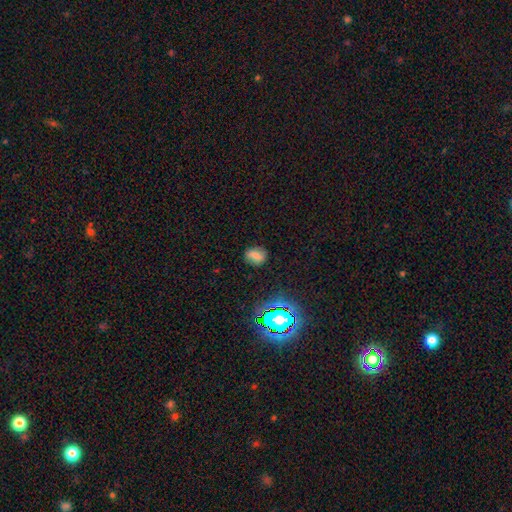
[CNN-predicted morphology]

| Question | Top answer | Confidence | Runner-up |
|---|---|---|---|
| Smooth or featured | smooth | 67% | star or artifact (17%) |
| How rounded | round | 49% | tied: in between (49%) |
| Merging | none | 80% | minor disturbance (14%) |